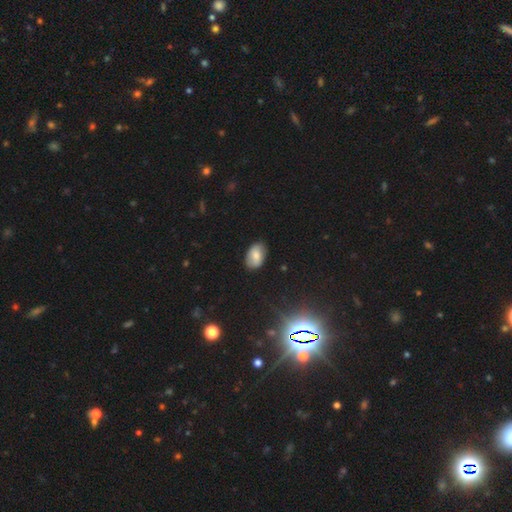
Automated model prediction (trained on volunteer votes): The model was most divided on "smooth or featured": smooth: 73%, featured or disk: 18%, star or artifact: 10%. More confident: how rounded — in between (90%); merging — none (81%).